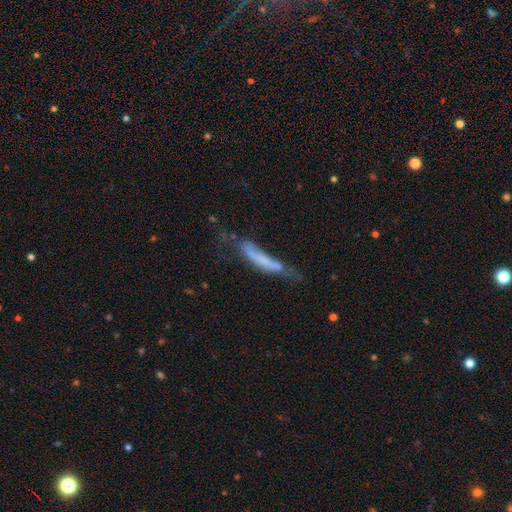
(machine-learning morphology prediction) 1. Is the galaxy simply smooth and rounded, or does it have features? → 47% smooth, 42% featured or disk, 12% star or artifact.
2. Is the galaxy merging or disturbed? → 35% none, 30% major disturbance, 27% minor disturbance, 8% merger.